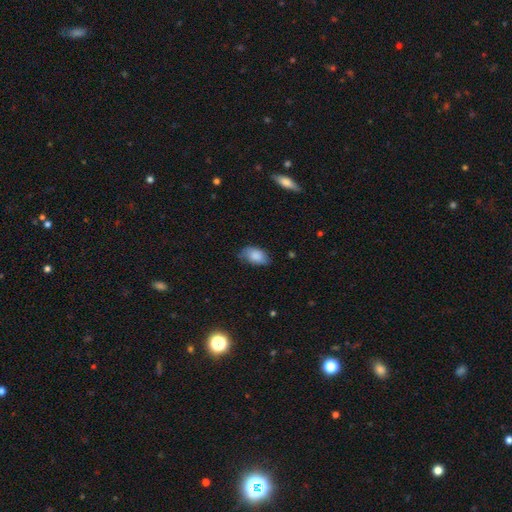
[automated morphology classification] This is clearly a smooth galaxy (84%). How rounded: clearly in between (91%). Merging: likely none (65%).